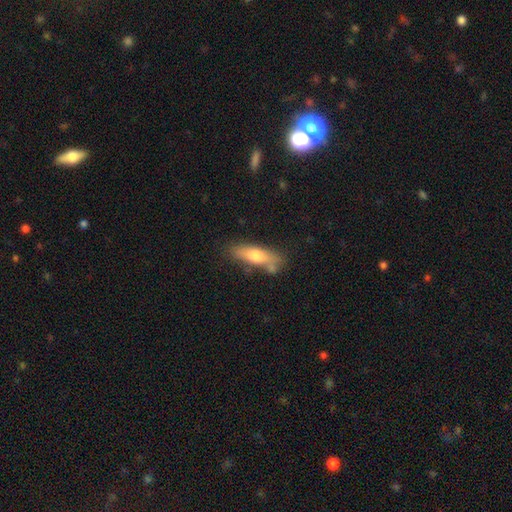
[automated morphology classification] Smooth or featured? smooth (65%)
How rounded? cigar-shaped (55%)
Merging? none (63%)